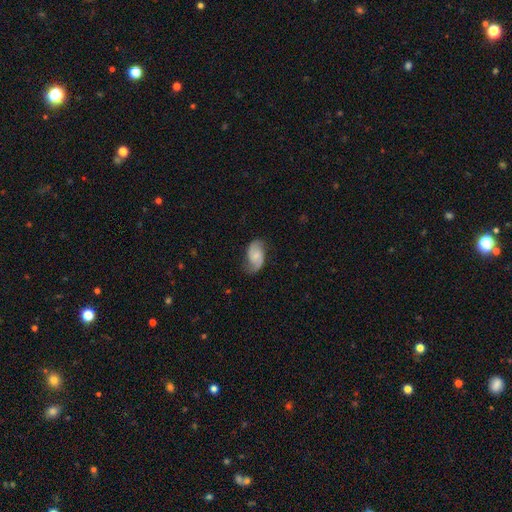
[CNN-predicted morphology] type=featured or disk (61%); edge-on=no (97%); bar=no (59%); spiral arms=yes (93%); winding=medium (41%); arm count=2 (88%); bulge=small (52%); merging=none (68%).